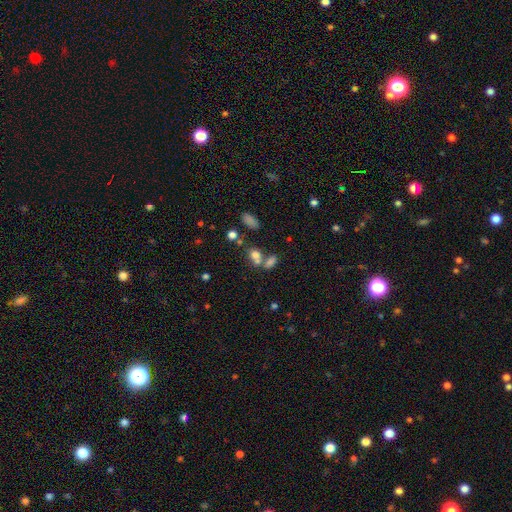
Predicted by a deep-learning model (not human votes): Smooth or featured?
  - smooth: 71% *
  - star or artifact: 16%
  - featured or disk: 13%
How rounded?
  - in between: 66% *
  - round: 30%
  - cigar-shaped: 4%
Merging?
  - merger: 44% *
  - none: 40%
  - minor disturbance: 11%
  - major disturbance: 6%